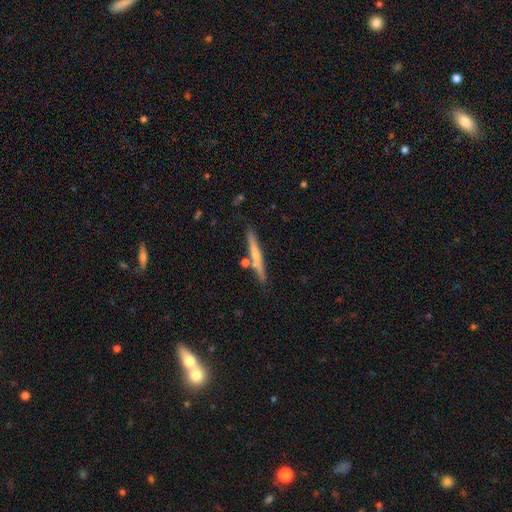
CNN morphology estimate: Smooth or featured? smooth (50%)
Merging? none (78%)